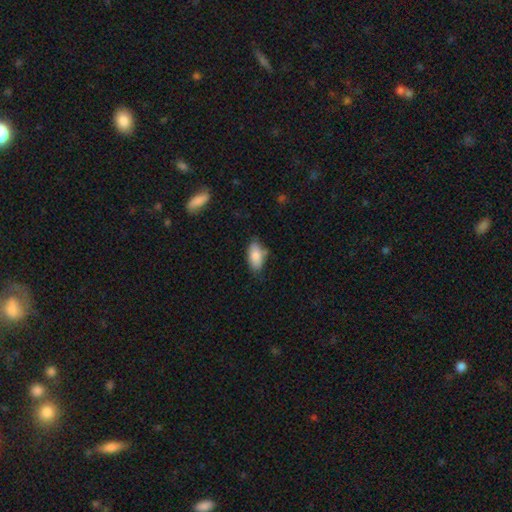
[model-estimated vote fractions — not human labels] Smooth or featured? smooth (83%)
How rounded? in between (92%)
Merging? none (68%)